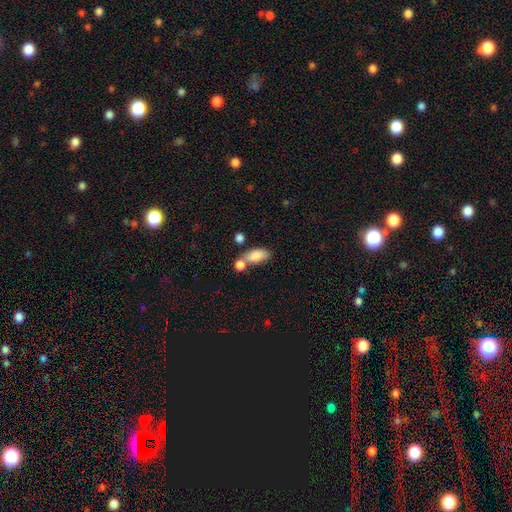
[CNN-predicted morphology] This is clearly a smooth galaxy (84%). How rounded: clearly in between (90%). Merging: possibly none (45%).